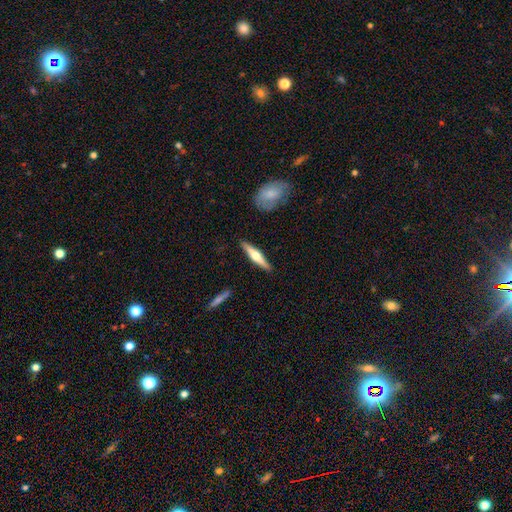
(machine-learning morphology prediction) This is possibly a featured or disk galaxy (59%). It is clearly viewed edge-on (96%). Edge-on bulge: clearly rounded (93%). Merging: clearly none (90%).